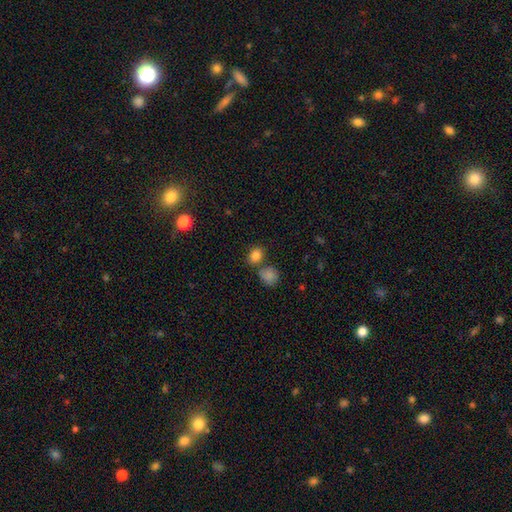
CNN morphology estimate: Smooth or featured?
  - smooth: 83% *
  - star or artifact: 11%
  - featured or disk: 6%
How rounded?
  - in between: 52% *
  - round: 47%
  - cigar-shaped: 1%
Merging?
  - none: 63% *
  - merger: 21%
  - minor disturbance: 12%
  - major disturbance: 4%